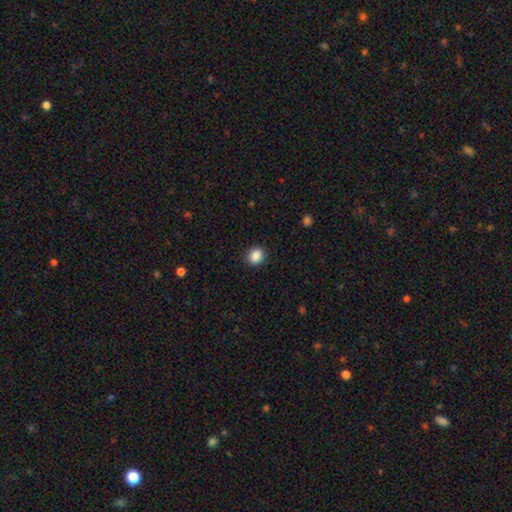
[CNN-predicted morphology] Smooth or featured? smooth (88%)
How rounded? round (62%)
Merging? none (90%)